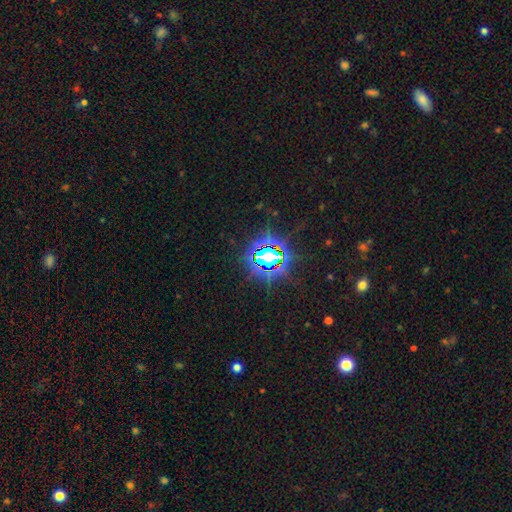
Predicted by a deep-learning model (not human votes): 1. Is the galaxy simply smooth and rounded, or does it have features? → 81% star or artifact, 12% smooth, 8% featured or disk.